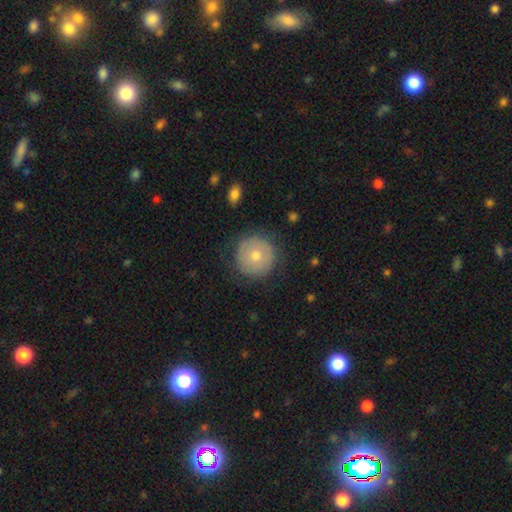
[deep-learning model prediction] A smooth galaxy with no disk features (63%) that is round (95%).

Vote fractions:
- Smooth or featured? smooth: 63% / featured or disk: 28% / star or artifact: 8%
- How rounded? round: 95% / in between: 4% / cigar-shaped: 1%
- Merging? none: 84% / minor disturbance: 11% / major disturbance: 3% / merger: 1%